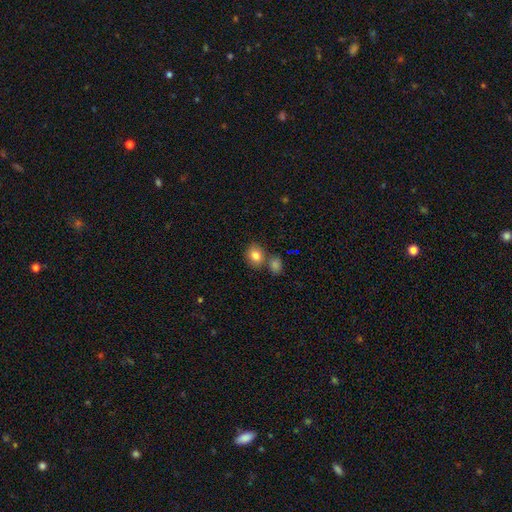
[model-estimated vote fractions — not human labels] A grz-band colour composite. It shows a smooth galaxy with no disk features (83%) that is round (55%). Merging: none (63%).